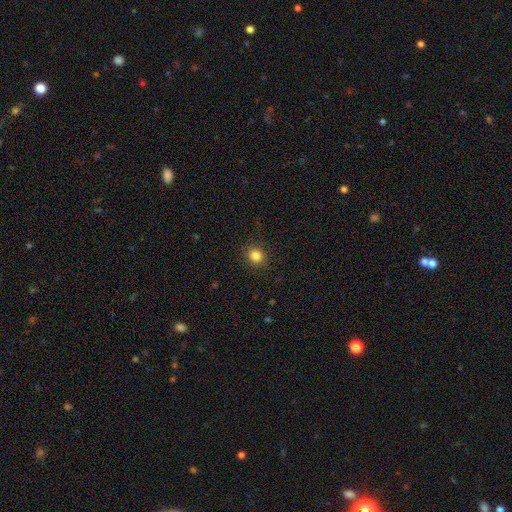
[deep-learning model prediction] Smooth or featured? Predicted: smooth (p=0.84). How rounded? Predicted: round (p=0.86). Merging? Predicted: none (p=0.90).